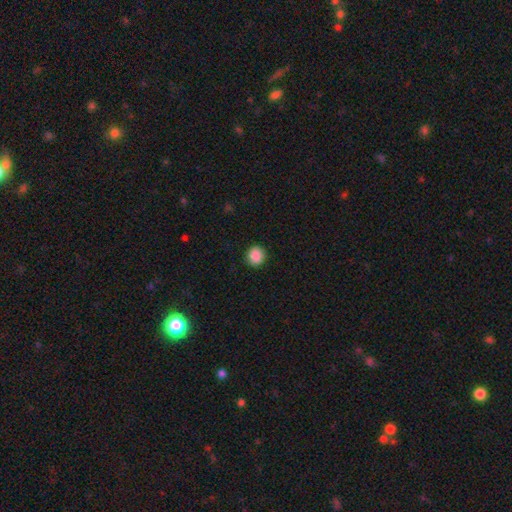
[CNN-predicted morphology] Smooth or featured? Predicted: smooth (p=0.88). How rounded? Predicted: round (p=0.85). Merging? Predicted: none (p=0.90).